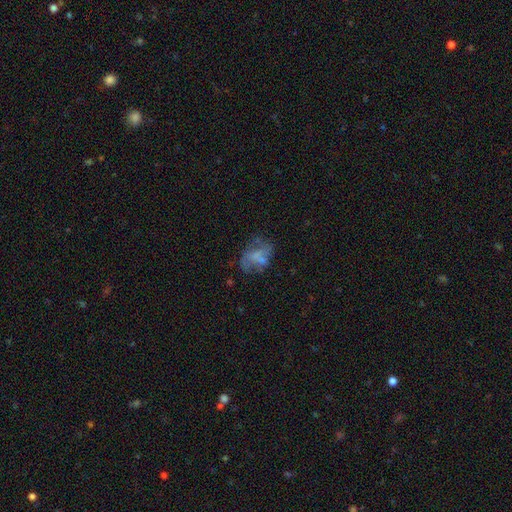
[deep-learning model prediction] Smooth or featured: featured or disk — 50% (smooth — 36%)
Merging: none — 44% (major disturbance — 26%)